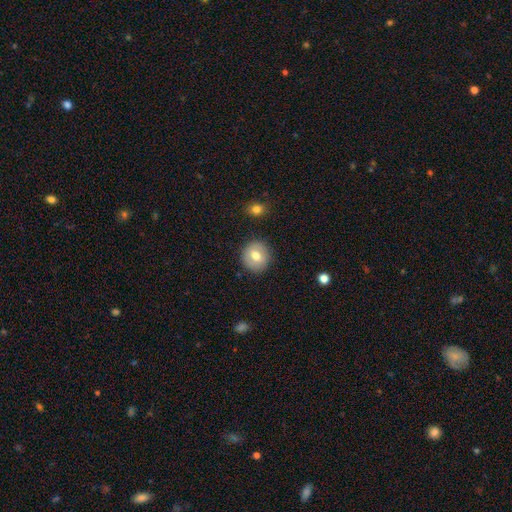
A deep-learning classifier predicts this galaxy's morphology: Q: Smooth or featured?
A: smooth (70%); runner-up: featured or disk (22%)
Q: How rounded?
A: round (90%); runner-up: in between (9%)
Q: Merging?
A: none (88%); runner-up: minor disturbance (8%)